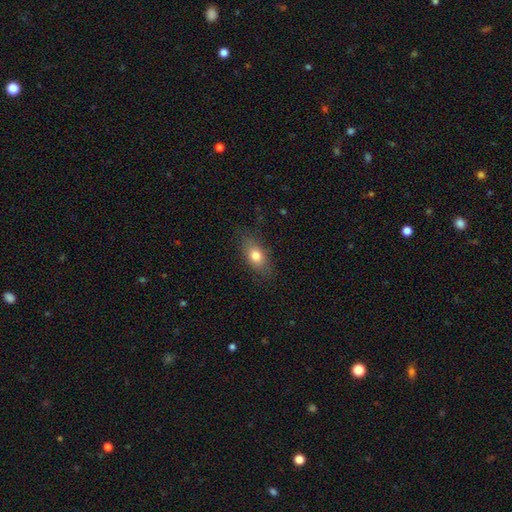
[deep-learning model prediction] Smooth or featured? Predicted: smooth (p=0.75). How rounded? Predicted: in between (p=0.78). Merging? Predicted: none (p=0.80).